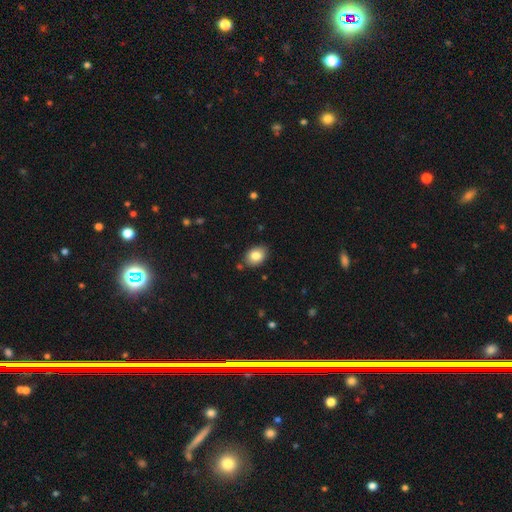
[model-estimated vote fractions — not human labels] Smooth or featured? Predicted: smooth (p=0.83). How rounded? Predicted: in between (p=0.67). Merging? Predicted: none (p=0.83).